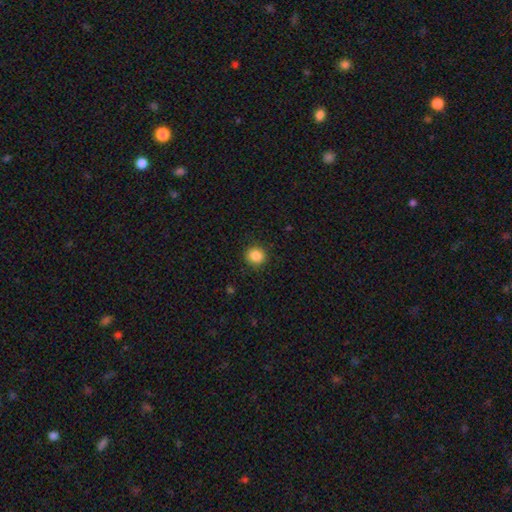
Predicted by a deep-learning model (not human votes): Morphology: type=smooth (87%); roundness=round (90%); merging=none (90%).